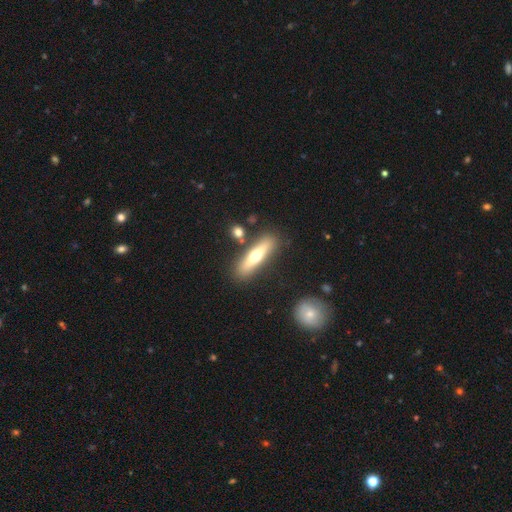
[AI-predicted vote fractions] A smooth galaxy with no disk features (48%). Merging: none (82%).